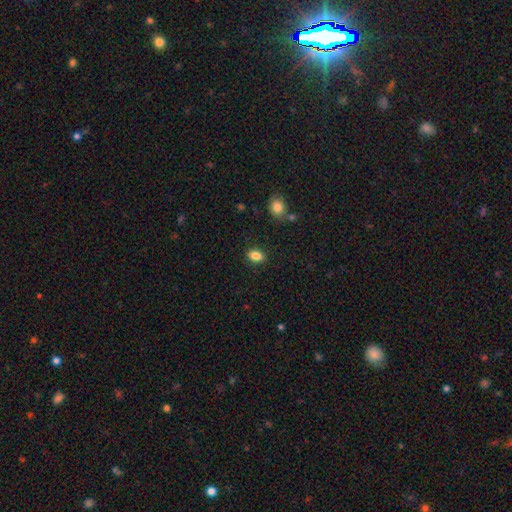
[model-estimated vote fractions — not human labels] The model was most divided on "how rounded": in between: 77%, round: 21%, cigar-shaped: 2%. More confident: merging — none (87%); smooth or featured — smooth (85%).